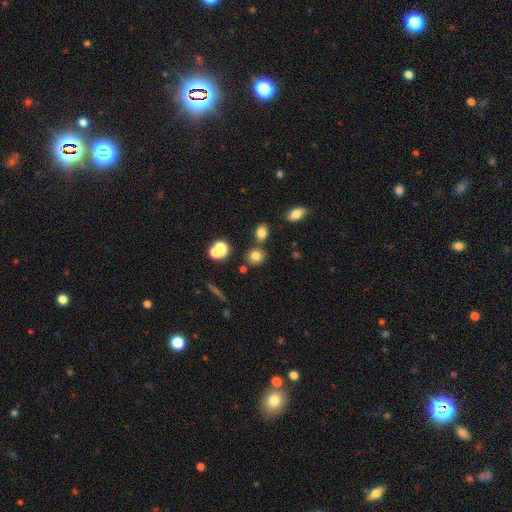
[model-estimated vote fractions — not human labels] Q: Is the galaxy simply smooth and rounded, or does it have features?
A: smooth — 76%.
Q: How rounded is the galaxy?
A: round — 80%.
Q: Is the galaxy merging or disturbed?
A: none — 72%.